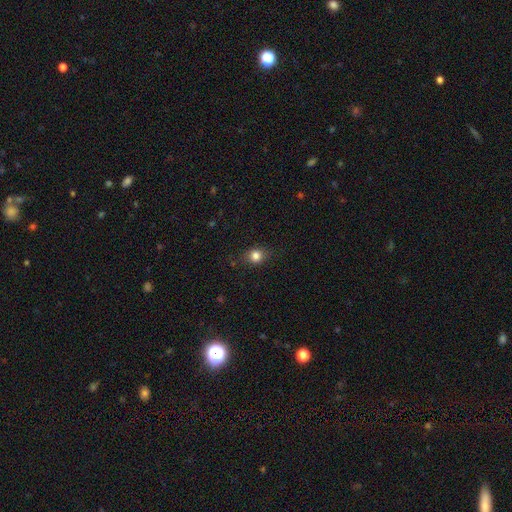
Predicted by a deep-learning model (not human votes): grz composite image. It shows a smooth galaxy with no disk features (81%) that is round (66%). Merging: none (81%).